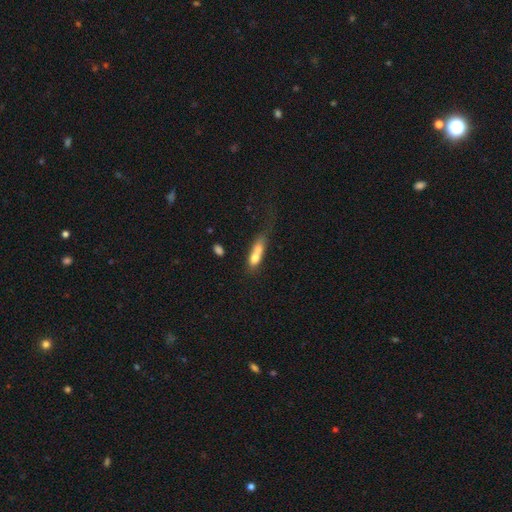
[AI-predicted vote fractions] A smooth galaxy with no disk features (65%) that is in between round and cigar-shaped (52%).

Vote fractions:
- Smooth or featured? smooth: 65% / featured or disk: 26% / star or artifact: 9%
- How rounded? in between: 52% / cigar-shaped: 40% / round: 8%
- Merging? merger: 56% / none: 19% / major disturbance: 13% / minor disturbance: 12%